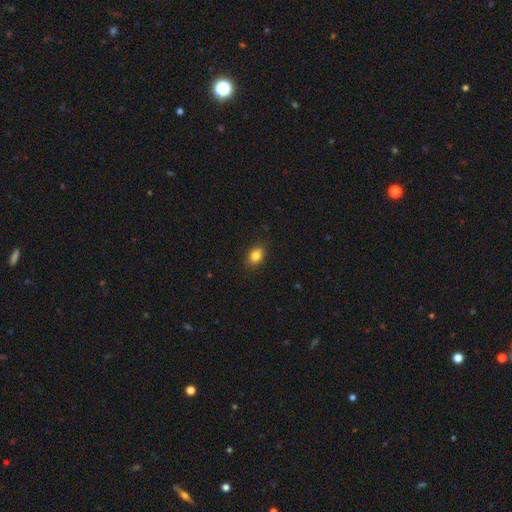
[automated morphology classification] A smooth galaxy with no disk features (83%) that is in between round and cigar-shaped (61%).

Vote fractions:
- Smooth or featured? smooth: 83% / star or artifact: 11% / featured or disk: 6%
- How rounded? in between: 61% / round: 38% / cigar-shaped: 1%
- Merging? none: 88% / minor disturbance: 9% / major disturbance: 2% / merger: 1%